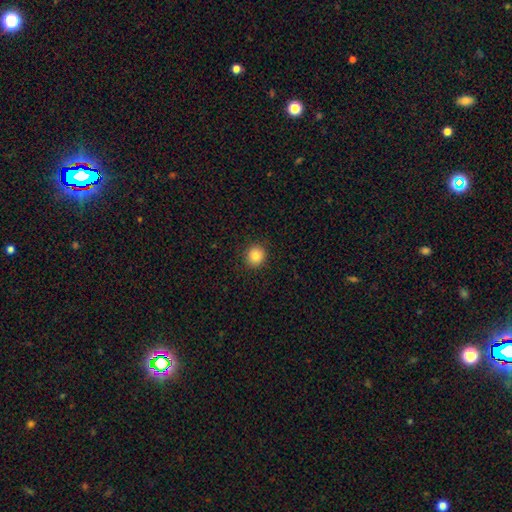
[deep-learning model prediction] Overall: smooth (84%). How rounded: round (90%). Merging: none (91%).